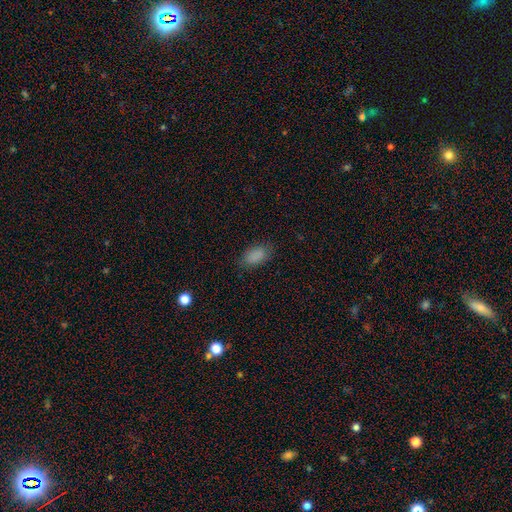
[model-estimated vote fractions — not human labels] The model was most divided on "merging": none: 80%, minor disturbance: 15%, major disturbance: 4%, merger: 1%. More confident: how rounded — in between (92%); smooth or featured — smooth (87%).